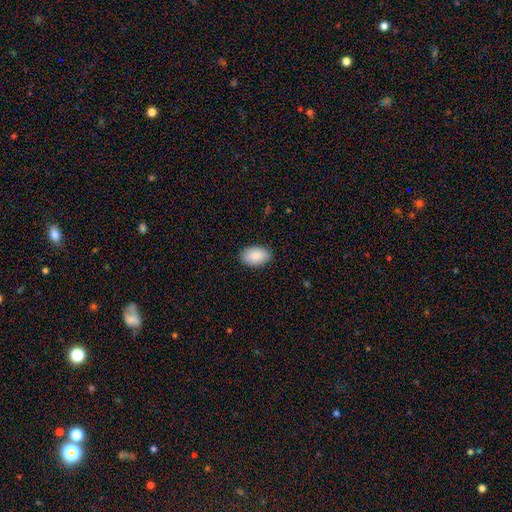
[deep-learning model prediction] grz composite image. It shows a smooth galaxy with no disk features (90%) that is in between round and cigar-shaped (93%). Merging: none (88%).